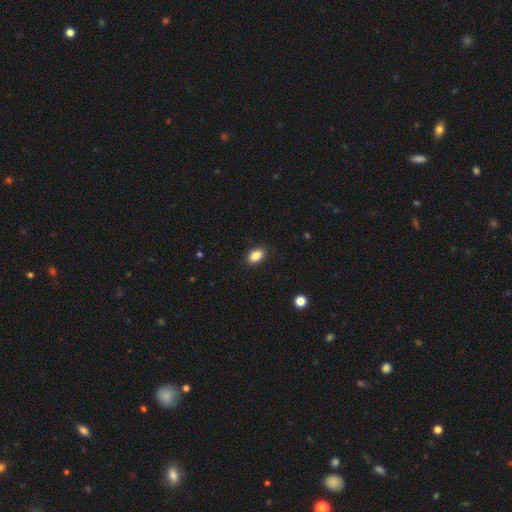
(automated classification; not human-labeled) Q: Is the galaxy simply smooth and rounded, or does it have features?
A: smooth — 87%.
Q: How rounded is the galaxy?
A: in between — 89%.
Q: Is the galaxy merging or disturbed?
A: none — 89%.